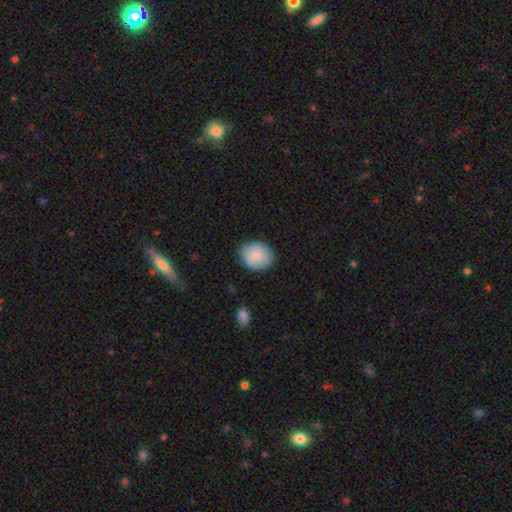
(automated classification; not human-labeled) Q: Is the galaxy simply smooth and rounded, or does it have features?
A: smooth — 77%.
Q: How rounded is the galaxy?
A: round — 54%.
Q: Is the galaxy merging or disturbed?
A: none — 81%.